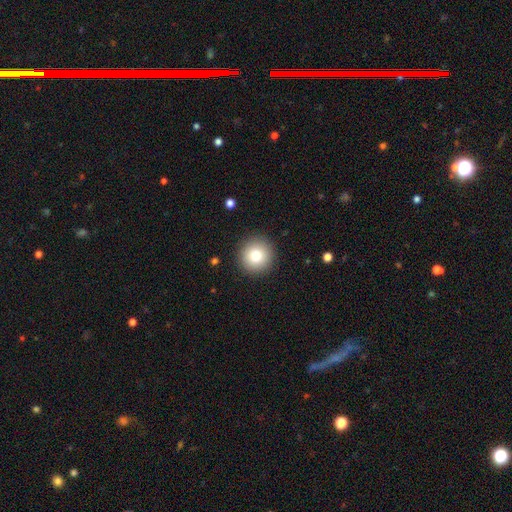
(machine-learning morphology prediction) A smooth galaxy with no disk features (79%) that is round (95%).

Vote fractions:
- Smooth or featured? smooth: 79% / star or artifact: 11% / featured or disk: 10%
- How rounded? round: 95% / in between: 4% / cigar-shaped: 1%
- Merging? none: 91% / minor disturbance: 6% / major disturbance: 2% / merger: 1%